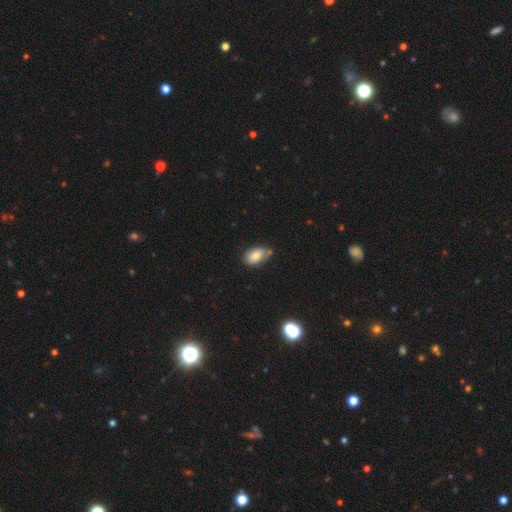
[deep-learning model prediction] A smooth galaxy with no disk features (83%) that is in between round and cigar-shaped (90%). Merging: none (64%).